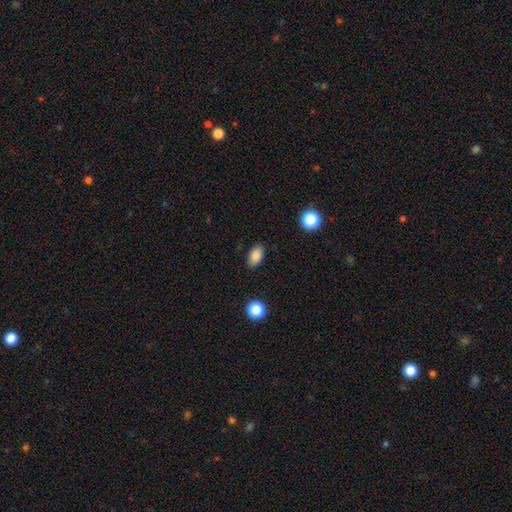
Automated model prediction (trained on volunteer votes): Smooth or featured? smooth (85%)
How rounded? in between (90%)
Merging? none (87%)